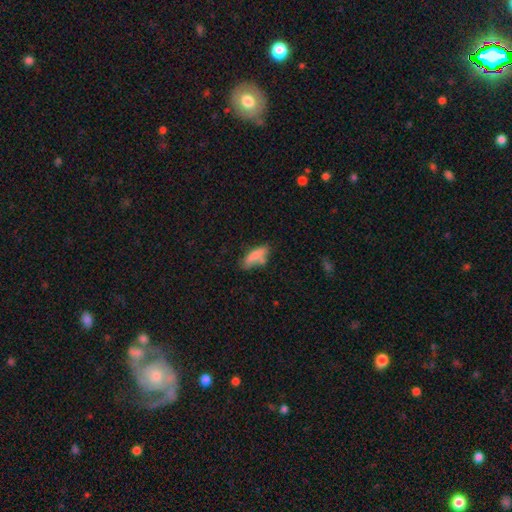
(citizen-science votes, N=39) Smooth or featured? smooth (90%)
How rounded? in between (54%)
Merging? none (47%)